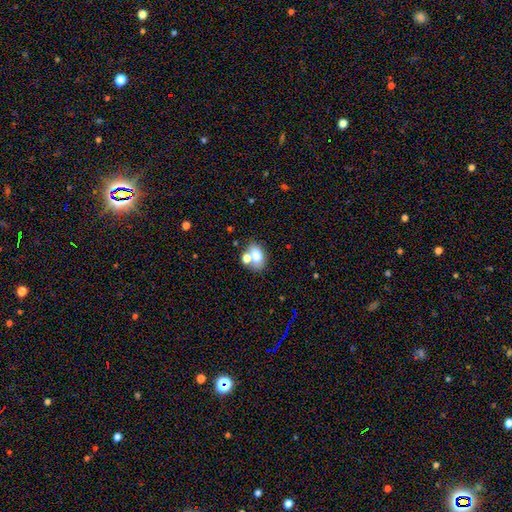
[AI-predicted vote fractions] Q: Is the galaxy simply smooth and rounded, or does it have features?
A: smooth — 74%.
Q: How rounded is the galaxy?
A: in between — 73%.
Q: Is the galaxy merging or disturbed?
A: none — 53%.